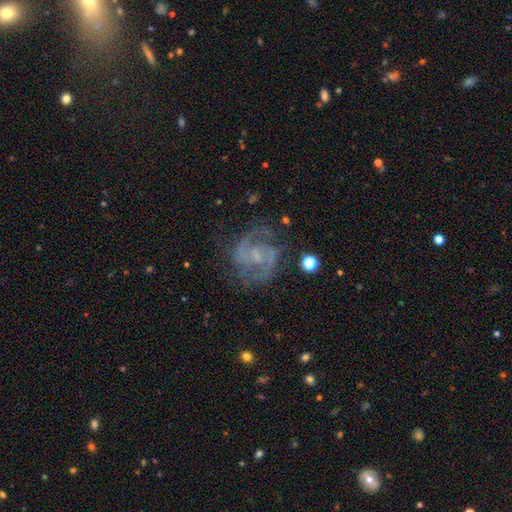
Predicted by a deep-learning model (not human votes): A featured or disk galaxy (89%) with a weak bar (48%), 2 (86%) medium (56%) spiral arms (98%) and a small central bulge (57%).

Vote fractions:
- Smooth or featured? featured or disk: 89% / star or artifact: 7% / smooth: 5%
- Edge-on disk? no: 98% / yes: 2%
- Bar? weak: 48% / no: 38% / strong: 13%
- Spiral arms? yes: 98% / no: 2%
- Spiral winding? medium: 56% / tight: 34% / loose: 10%
- Spiral arm count? 2: 86% / 3: 5% / can't tell: 4% / 1: 2% / 4: 2% / more than 4: 2%
- Bulge size? small: 57% / none: 23% / moderate: 17% / large: 1% / dominant: 1%
- Merging? none: 76% / minor disturbance: 15% / major disturbance: 8% / merger: 2%